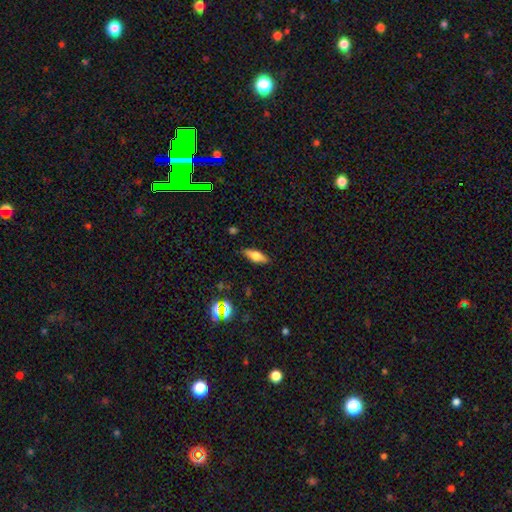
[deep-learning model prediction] smooth 57%, featured or disk 34%, star or artifact 9%. Down the decision tree: how rounded — in between (61%); merging — none (86%).